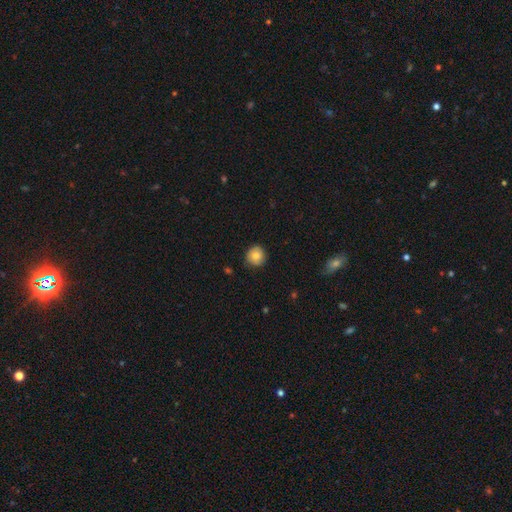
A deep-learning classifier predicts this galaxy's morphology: The model was most divided on "merging": none: 81%, minor disturbance: 16%, major disturbance: 3%, merger: 1%. More confident: how rounded — round (90%); smooth or featured — smooth (82%).